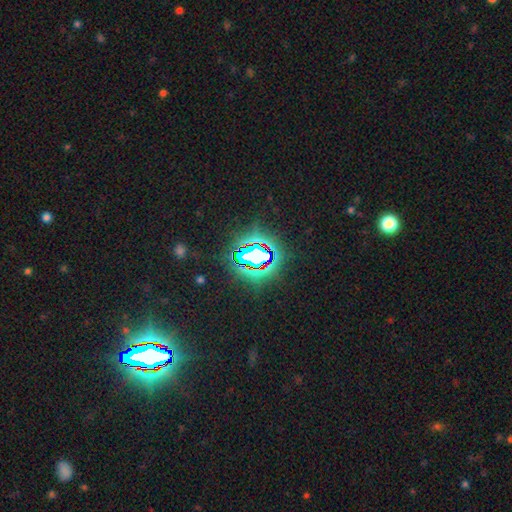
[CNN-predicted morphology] Overall: star or artifact (77%).